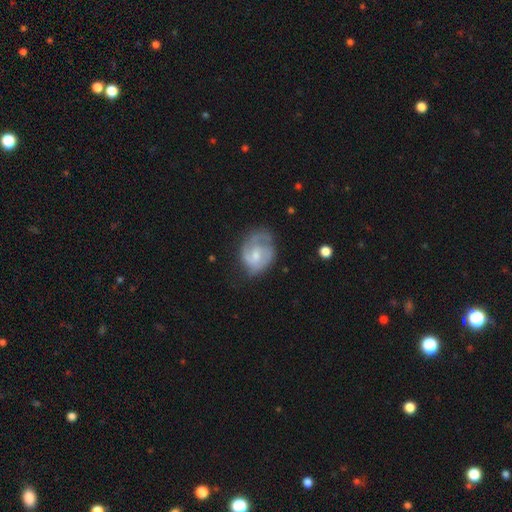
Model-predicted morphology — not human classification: Overall: featured or disk (67%). Edge-on disk: no (98%). Bar: no (51%; weak 43%). Spiral arms: yes (85%). Spiral arm count: 2 (51%; can't tell 22%). Spiral winding: medium (45%; tight 36%). Bulge size: small (46%; moderate 41%). Merging: none (50%; minor disturbance 28%).